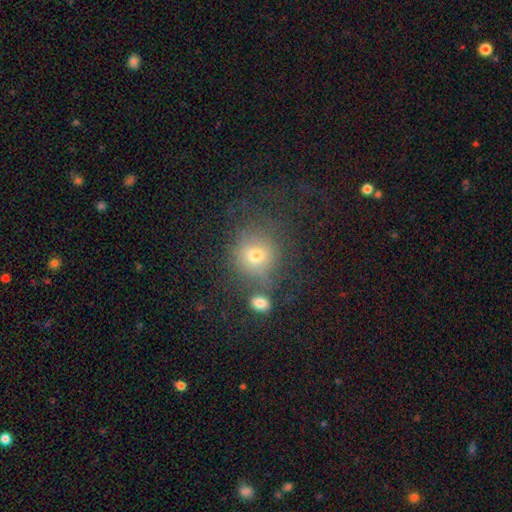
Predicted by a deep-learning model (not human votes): This is likely a smooth galaxy (69%). How rounded: clearly round (85%). Merging: likely none (61%).